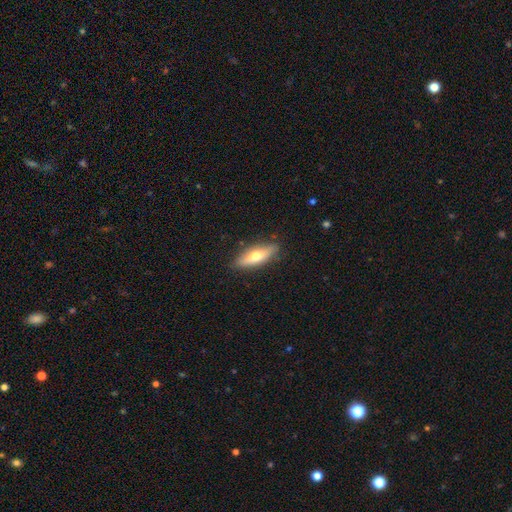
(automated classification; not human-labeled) This is possibly a smooth galaxy (57%). How rounded: possibly in between (55%). Merging: clearly none (84%).